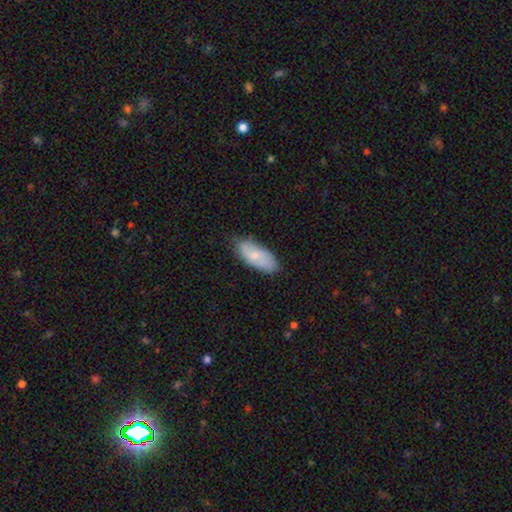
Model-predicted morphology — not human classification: This is likely a smooth galaxy (72%). How rounded: clearly in between (88%). Merging: likely none (75%).